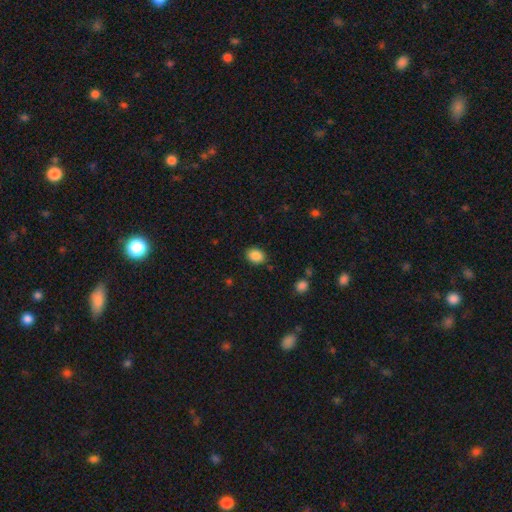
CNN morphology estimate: A smooth galaxy with no disk features (88%) that is in between round and cigar-shaped (61%). Merging: none (87%).